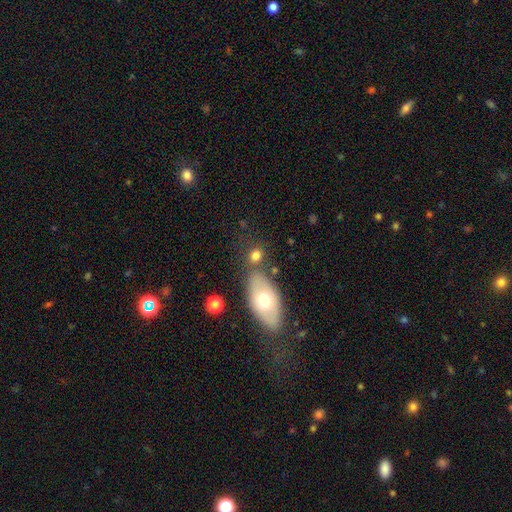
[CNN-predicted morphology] smooth_or_featured: smooth (p=0.75) [alt: featured or disk p=0.15]
how_rounded: in between (p=0.51) [alt: round p=0.45]
merging: none (p=0.65) [alt: merger p=0.17]